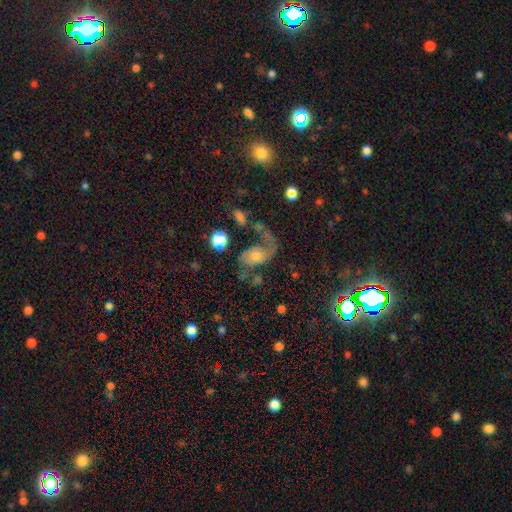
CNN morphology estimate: featured or disk 59%, smooth 28%, star or artifact 13%. Down the decision tree: edge-on disk — no (96%); bar — no (73%); spiral arms — yes (82%); bulge size — moderate (52%); merging — major disturbance (39%).